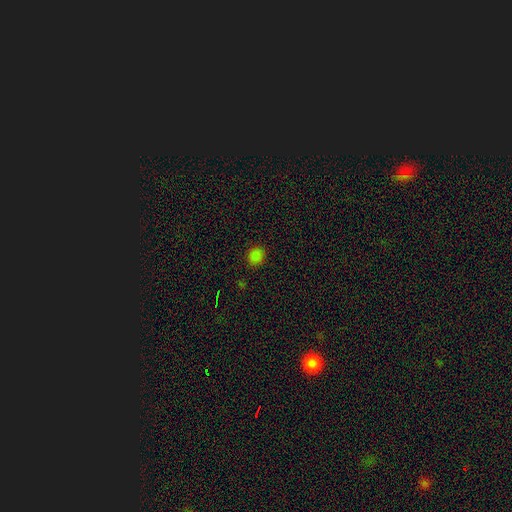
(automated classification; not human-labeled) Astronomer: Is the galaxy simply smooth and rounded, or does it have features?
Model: smooth — 81%.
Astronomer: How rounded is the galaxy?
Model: round — 85%.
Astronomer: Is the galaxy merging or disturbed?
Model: none — 90%.